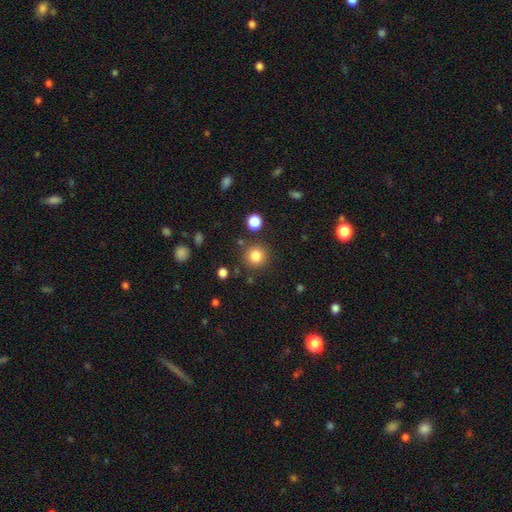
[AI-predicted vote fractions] This is clearly a smooth galaxy (83%). How rounded: clearly round (92%). Merging: clearly none (85%).